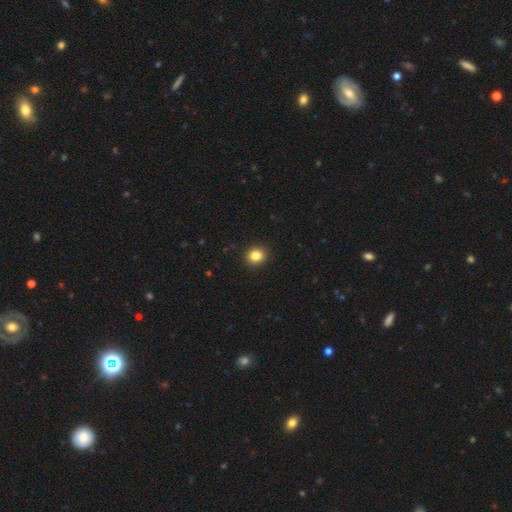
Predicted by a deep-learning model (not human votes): A smooth galaxy with no disk features (84%) that is round (83%).

Vote fractions:
- Smooth or featured? smooth: 84% / star or artifact: 11% / featured or disk: 5%
- How rounded? round: 83% / in between: 17% / cigar-shaped: 1%
- Merging? none: 92% / minor disturbance: 5% / major disturbance: 2% / merger: 1%